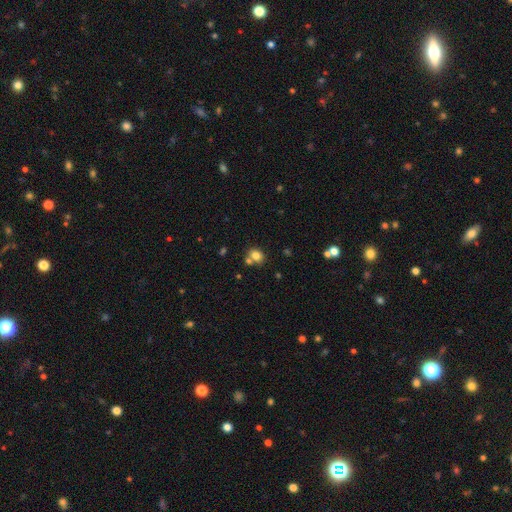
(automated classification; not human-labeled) Smooth or featured: smooth — 79% (star or artifact — 12%)
How rounded: round — 58% (in between — 41%)
Merging: none — 60% (merger — 26%)